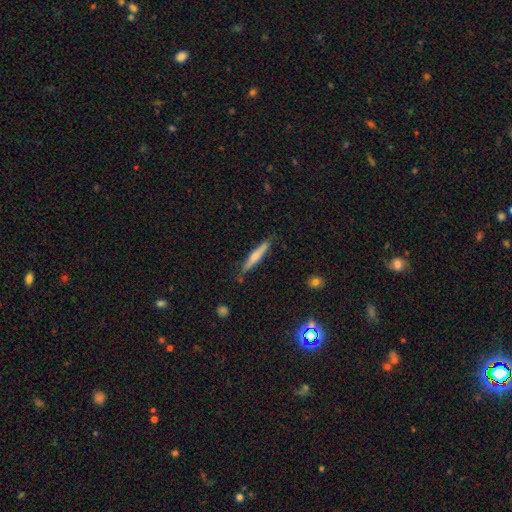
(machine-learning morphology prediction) The model was most divided on "smooth or featured": smooth: 58%, featured or disk: 36%, star or artifact: 6%. More confident: how rounded — cigar-shaped (91%); merging — none (82%).